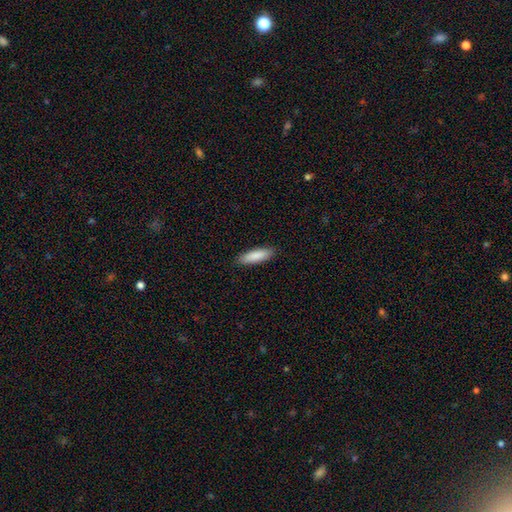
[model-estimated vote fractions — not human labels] The model was most divided on "how rounded": cigar-shaped: 57%, in between: 42%, round: 1%. More confident: merging — none (89%); smooth or featured — smooth (88%).